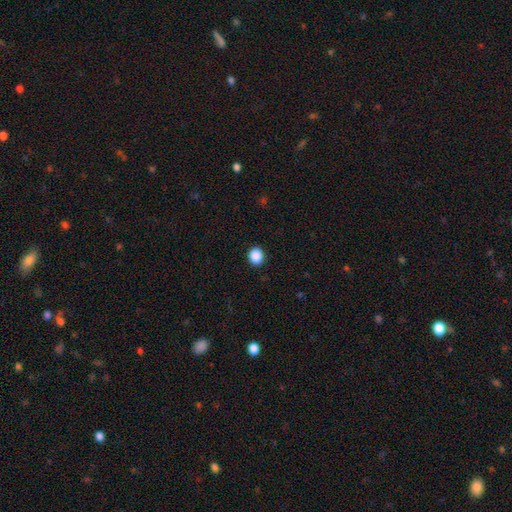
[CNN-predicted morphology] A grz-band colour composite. It shows a smooth galaxy with no disk features (88%) that is round (75%). Merging: none (92%).